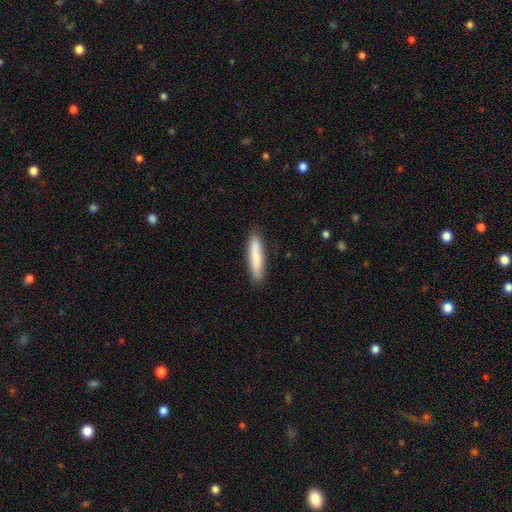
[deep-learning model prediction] Smooth or featured?
  - smooth: 81% *
  - featured or disk: 13%
  - star or artifact: 6%
How rounded?
  - cigar-shaped: 87% *
  - in between: 11%
  - round: 1%
Merging?
  - none: 88% *
  - minor disturbance: 9%
  - major disturbance: 2%
  - merger: 1%